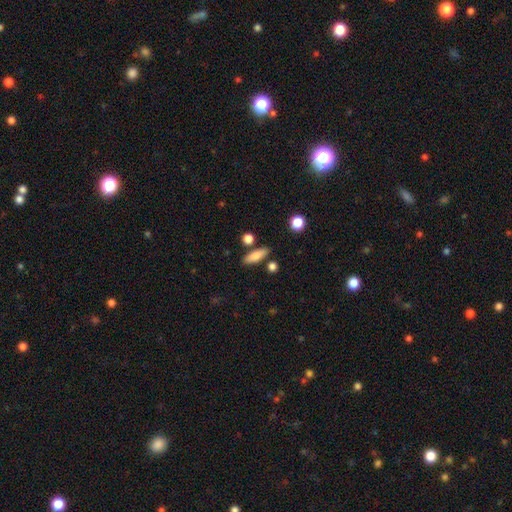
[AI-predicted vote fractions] Overall: smooth (81%). How rounded: in between (54%; cigar-shaped 41%). Merging: none (80%).